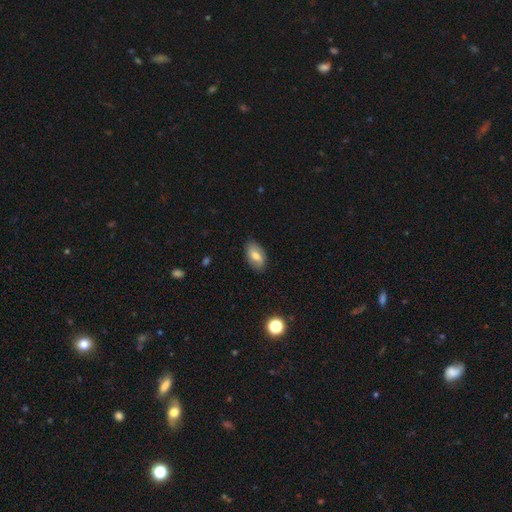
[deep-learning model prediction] Morphology: type=smooth (66%); roundness=in between (93%); merging=none (83%).